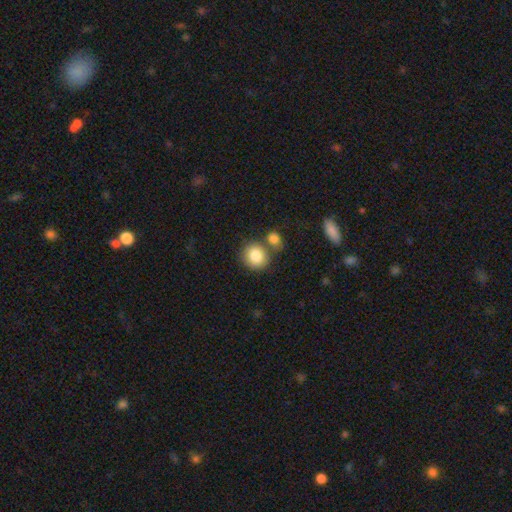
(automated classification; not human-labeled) Q: Smooth or featured?
A: smooth (84%); runner-up: star or artifact (8%)
Q: How rounded?
A: round (83%); runner-up: in between (16%)
Q: Merging?
A: none (63%); runner-up: merger (24%)